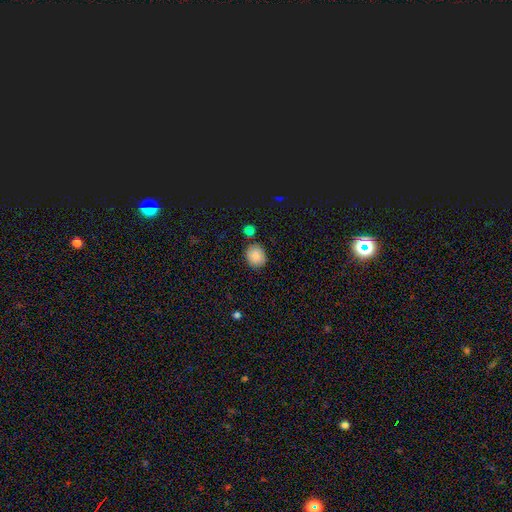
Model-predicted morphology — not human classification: type=smooth (88%); roundness=round (68%); merging=none (79%).